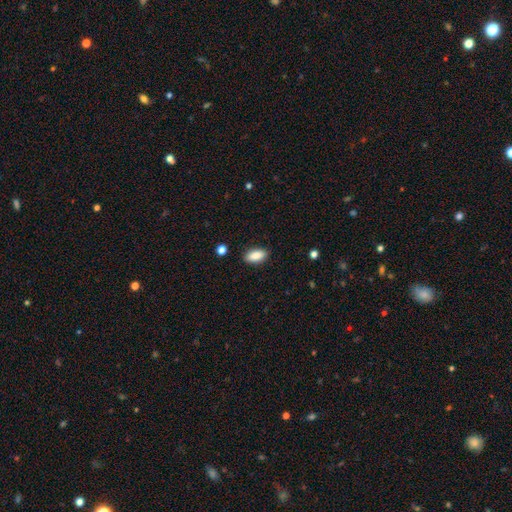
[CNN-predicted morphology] A smooth galaxy with no disk features (88%) that is in between round and cigar-shaped (88%). Merging: none (88%).